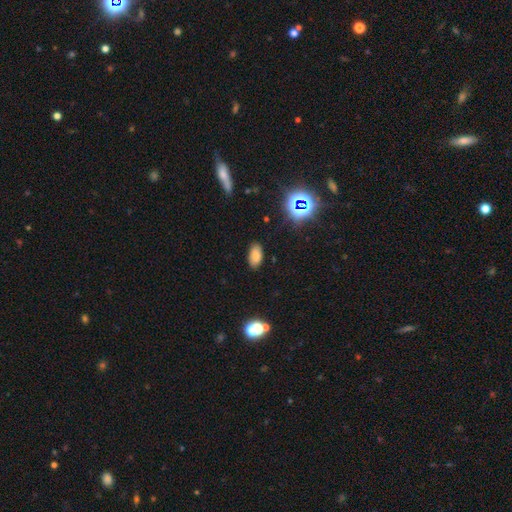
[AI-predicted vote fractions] A smooth galaxy with no disk features (77%) that is in between round and cigar-shaped (94%). Merging: none (85%).